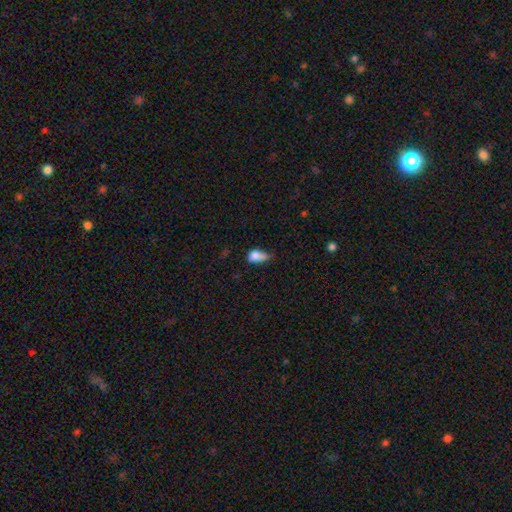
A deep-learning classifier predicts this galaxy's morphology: This appears to be a smooth galaxy with no disk features (77%) that is in between round and cigar-shaped (80%). Merging: minor disturbance (42%).